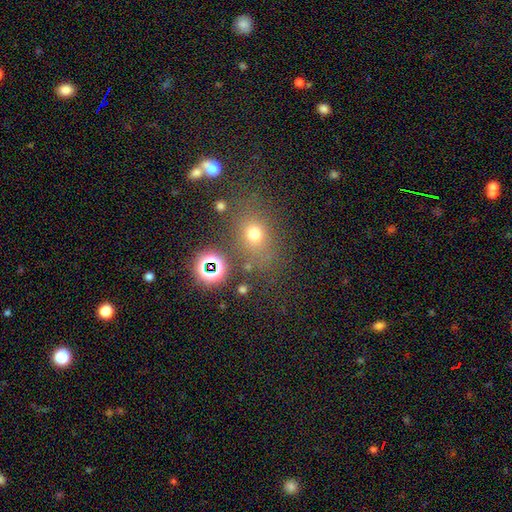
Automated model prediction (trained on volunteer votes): A smooth galaxy with no disk features (49%). Merging: none (75%).